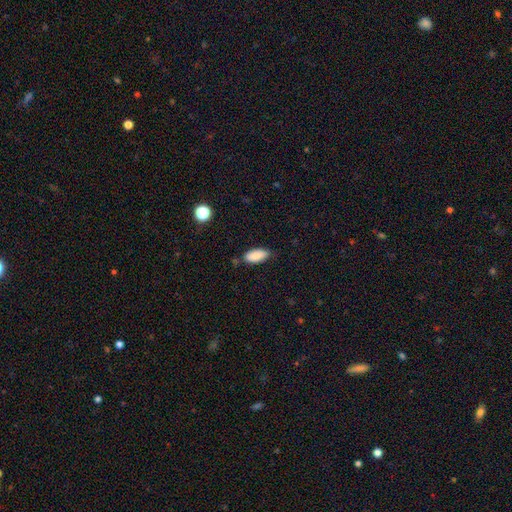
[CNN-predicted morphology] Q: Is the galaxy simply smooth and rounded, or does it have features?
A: smooth — 86%.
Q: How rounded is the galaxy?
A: in between — 90%.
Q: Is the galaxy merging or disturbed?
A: none — 75%.